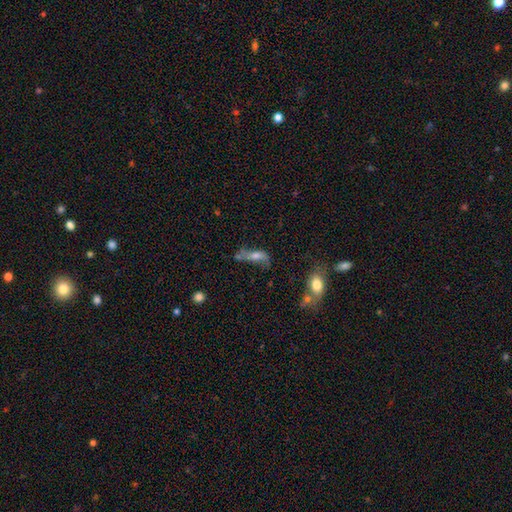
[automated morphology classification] Smooth or featured: featured or disk — 56% (smooth — 33%)
Edge-on disk: no — 80% (yes — 20%)
Merging: none — 42% (minor disturbance — 23%)